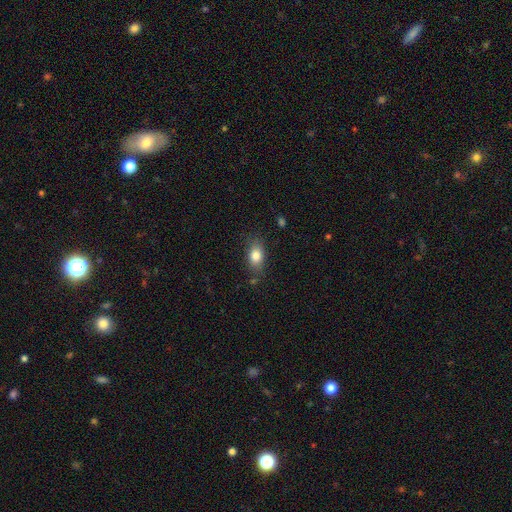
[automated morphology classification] This is clearly a smooth galaxy (81%). How rounded: clearly in between (82%). Merging: likely none (77%).